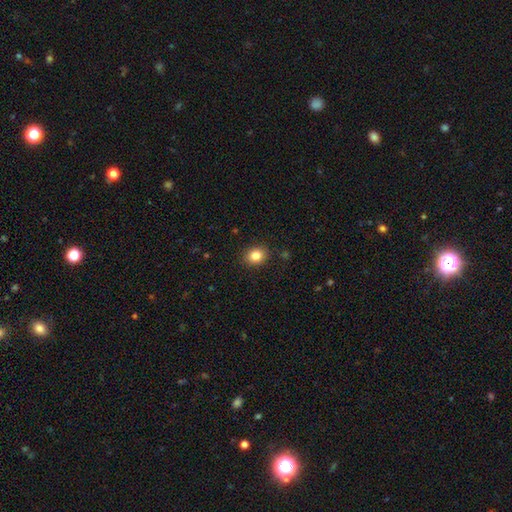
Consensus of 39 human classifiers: Overall: smooth (95%). How rounded: round (54%; in between 46%). Merging: none (82%).